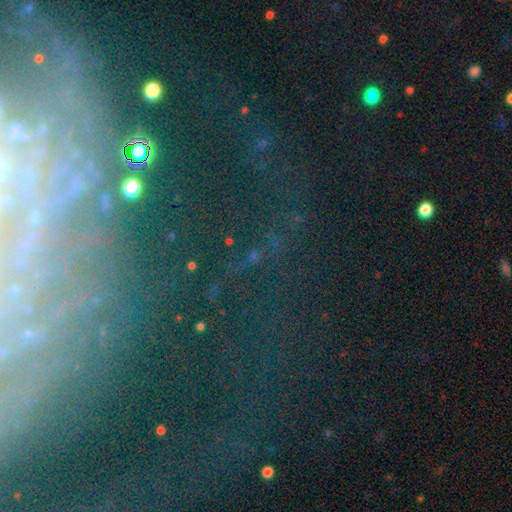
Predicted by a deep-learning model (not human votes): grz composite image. It shows a star or artifact, not a galaxy (53%).